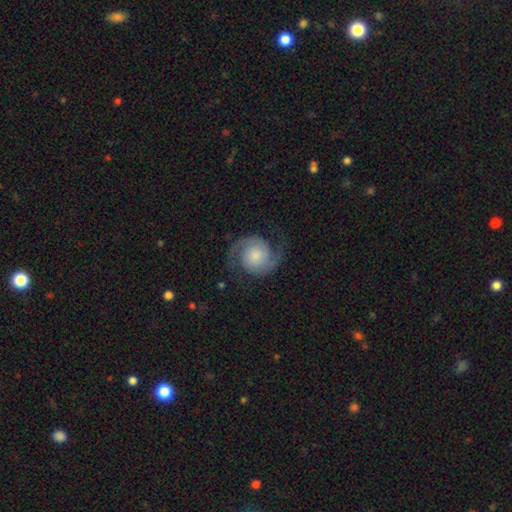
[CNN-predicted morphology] This is clearly a featured or disk galaxy (87%). It is clearly not viewed edge-on (98%). Bar: likely no (75%). Spiral arm pattern: clearly yes (98%). Spiral arm count: clearly 2 (95%). Spiral winding: possibly medium (51%). Central bulge: marginally small (29%, tied with moderate). Merging: clearly none (81%).